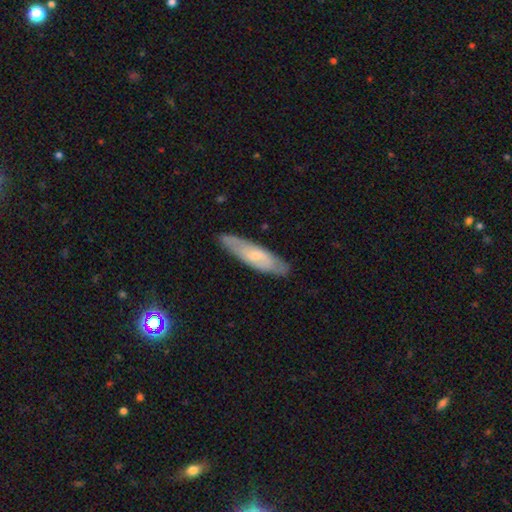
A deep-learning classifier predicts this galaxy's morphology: smooth-or-featured: smooth: 51% | featured or disk: 43% | star or artifact: 6%
  how-rounded: cigar-shaped: 66% | in between: 32% | round: 2%
  merging: none: 81% | minor disturbance: 15% | major disturbance: 3% | merger: 1%